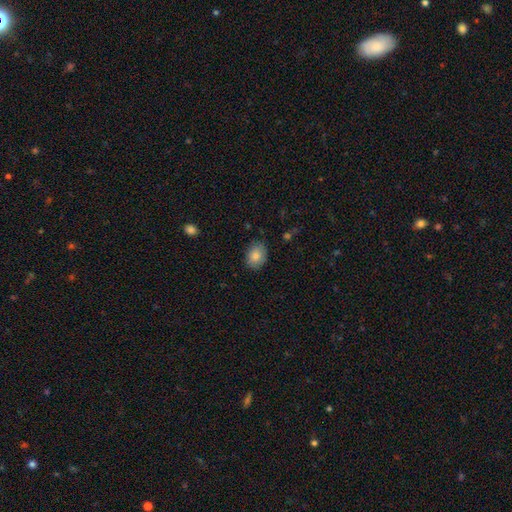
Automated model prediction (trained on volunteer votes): Morphology: type=smooth (85%); roundness=in between (67%); merging=none (82%).